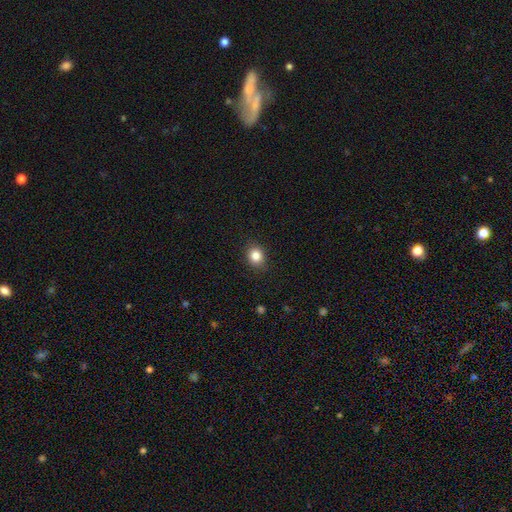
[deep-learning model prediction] The model was most divided on "how rounded": round: 65%, in between: 35%, cigar-shaped: 1%. More confident: merging — none (88%); smooth or featured — smooth (85%).